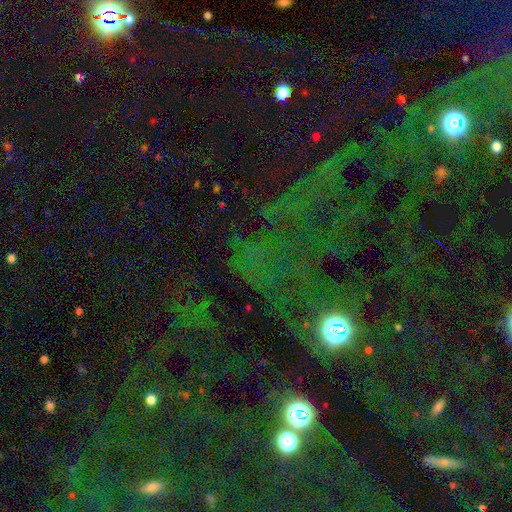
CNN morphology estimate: This is likely a star or artifact rather than a galaxy (74%).